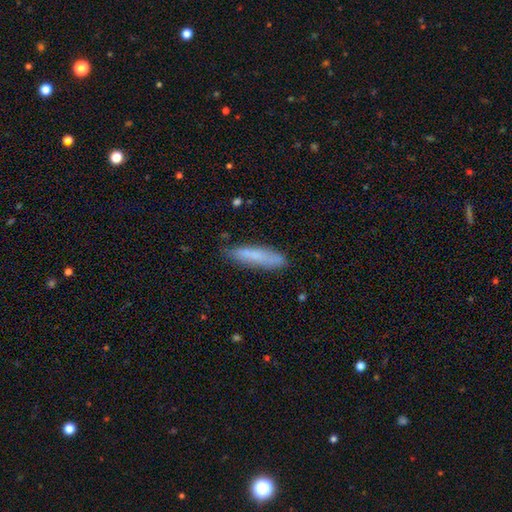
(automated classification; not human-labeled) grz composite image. It shows a smooth galaxy with no disk features (75%) that is cigar-shaped (82%). Merging: none (79%).